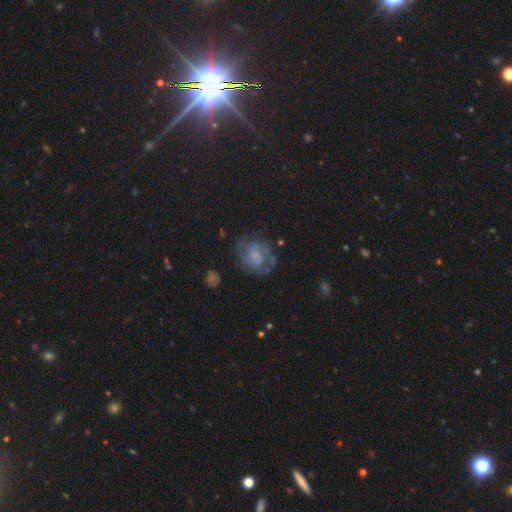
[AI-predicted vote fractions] featured or disk 54%, smooth 35%, star or artifact 10%. Down the decision tree: edge-on disk — no (97%); bar — no (68%); spiral arms — yes (66%); bulge size — small (37%); merging — none (63%).